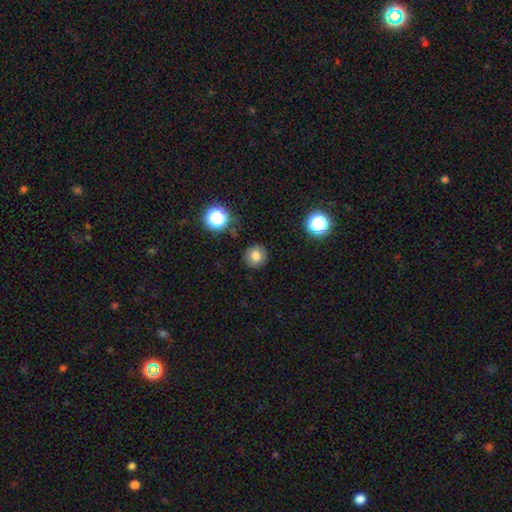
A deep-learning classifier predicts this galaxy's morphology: Smooth or featured?
  - smooth: 78% *
  - star or artifact: 14%
  - featured or disk: 8%
How rounded?
  - round: 91% *
  - in between: 8%
  - cigar-shaped: 1%
Merging?
  - none: 88% *
  - minor disturbance: 8%
  - major disturbance: 2%
  - merger: 2%